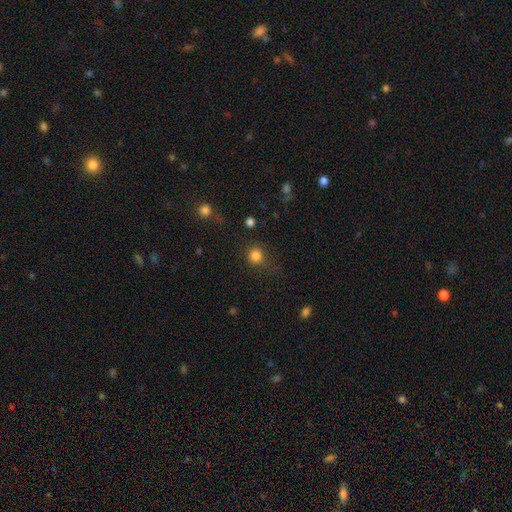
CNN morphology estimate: type=smooth (83%); roundness=round (91%); merging=none (79%).